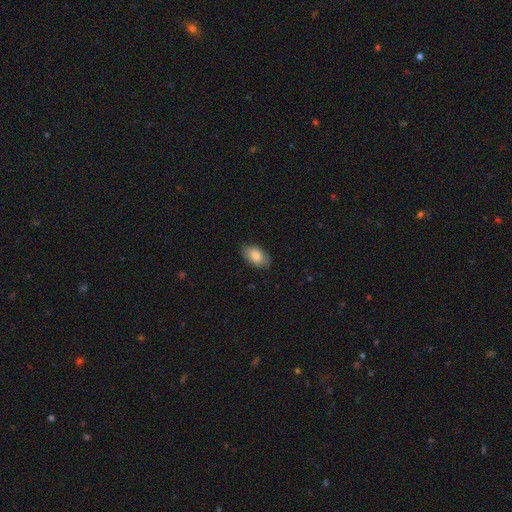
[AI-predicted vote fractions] Smooth or featured?
  - smooth: 82% *
  - featured or disk: 11%
  - star or artifact: 7%
How rounded?
  - in between: 91% *
  - round: 7%
  - cigar-shaped: 2%
Merging?
  - none: 79% *
  - minor disturbance: 16%
  - major disturbance: 3%
  - merger: 1%